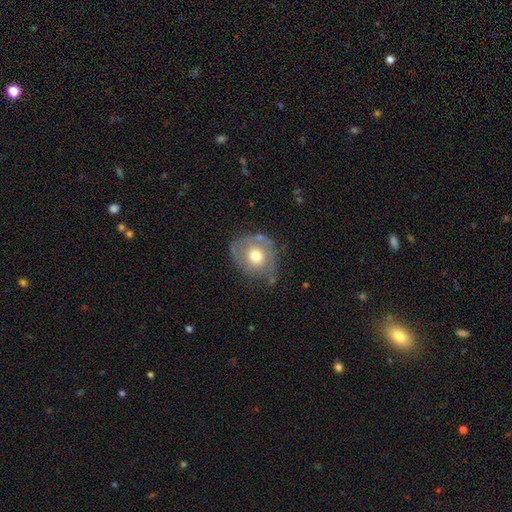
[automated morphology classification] A smooth galaxy with no disk features (50%). Merging: none (56%).